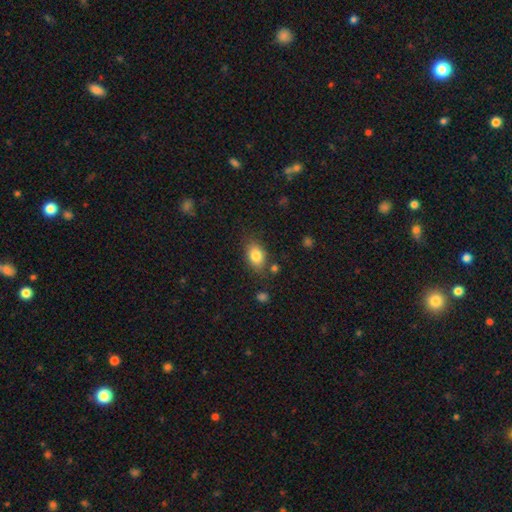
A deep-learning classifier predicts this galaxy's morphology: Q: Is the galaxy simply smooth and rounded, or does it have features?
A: smooth — 83%.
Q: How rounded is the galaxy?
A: in between — 82%.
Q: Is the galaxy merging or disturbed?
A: none — 76%.